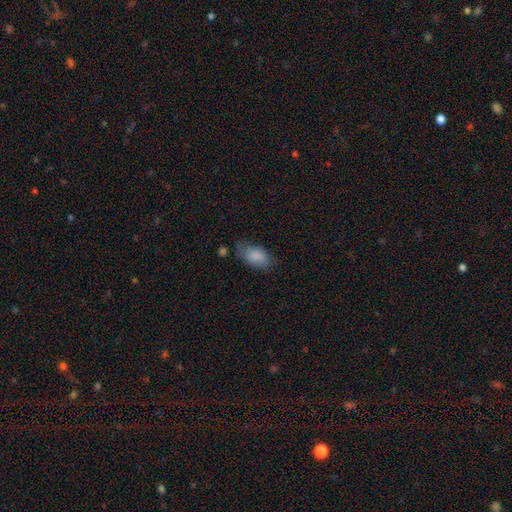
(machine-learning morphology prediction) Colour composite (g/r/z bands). It shows a smooth galaxy with no disk features (85%) that is in between round and cigar-shaped (92%). Merging: none (60%).